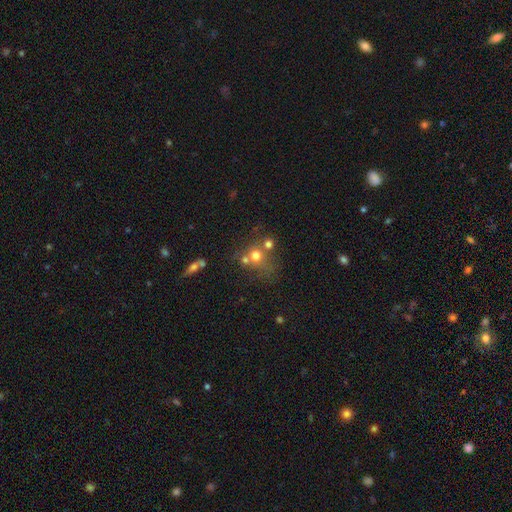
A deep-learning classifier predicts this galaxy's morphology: type=smooth (64%); roundness=round (83%); merging=none (46%).